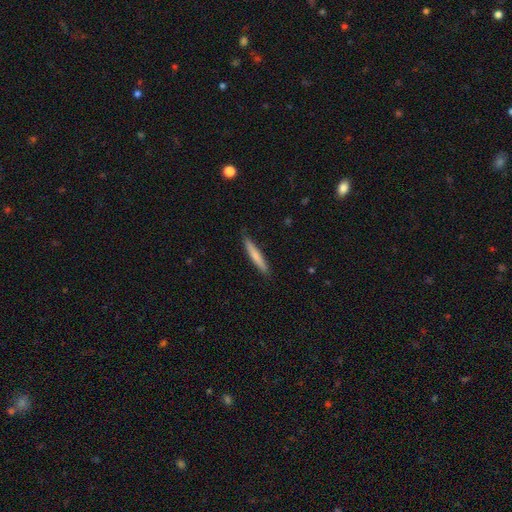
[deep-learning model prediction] This appears to be a smooth galaxy with no disk features (71%) that is cigar-shaped (95%). Merging: none (88%).